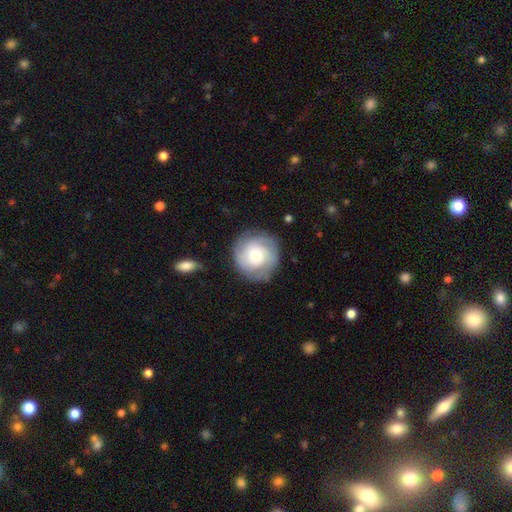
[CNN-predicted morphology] featured or disk 54%, smooth 39%, star or artifact 7%. Down the decision tree: edge-on disk — no (98%); bar — no (79%); spiral arms — yes (85%); bulge size — moderate (43%); merging — none (80%).